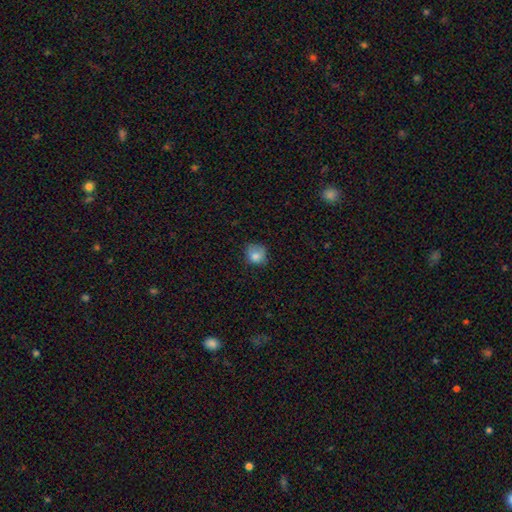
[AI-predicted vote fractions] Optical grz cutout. It shows a smooth galaxy with no disk features (81%) that is round (81%). Merging: none (63%).